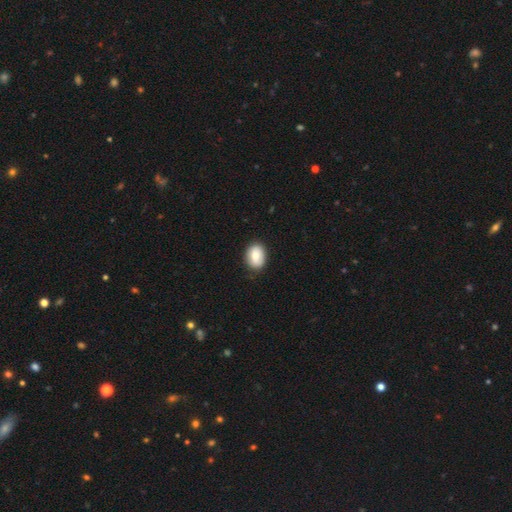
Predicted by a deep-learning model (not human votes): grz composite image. It shows a smooth galaxy with no disk features (76%) that is in between round and cigar-shaped (68%). Merging: none (85%).